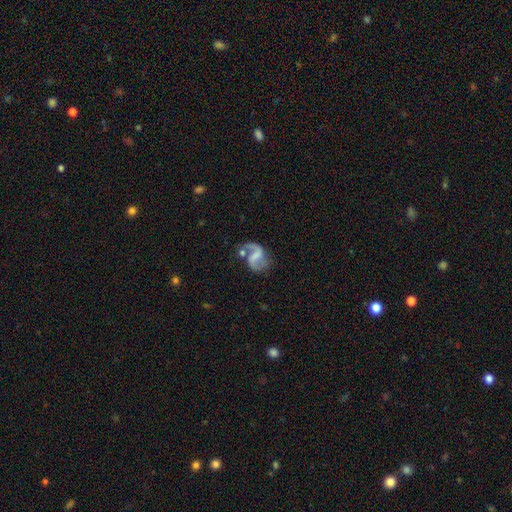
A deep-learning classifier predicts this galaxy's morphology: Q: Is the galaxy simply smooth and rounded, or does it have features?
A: featured or disk — 82%.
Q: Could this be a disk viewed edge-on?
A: no — 98%.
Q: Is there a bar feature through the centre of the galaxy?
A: weak — 46%.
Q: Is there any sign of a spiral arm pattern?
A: yes — 94%.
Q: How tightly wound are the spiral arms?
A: loose — 50%.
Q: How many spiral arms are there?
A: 2 — 87%.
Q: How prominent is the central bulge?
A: none — 46%.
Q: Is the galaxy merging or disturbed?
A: none — 55%.